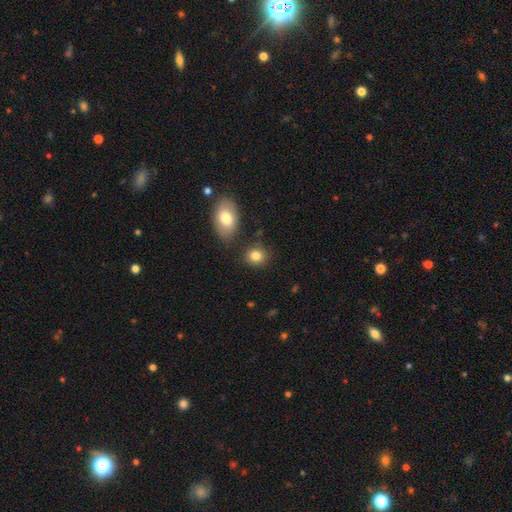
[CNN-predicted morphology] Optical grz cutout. It shows a smooth galaxy with no disk features (82%) that is round (73%). Merging: none (79%).